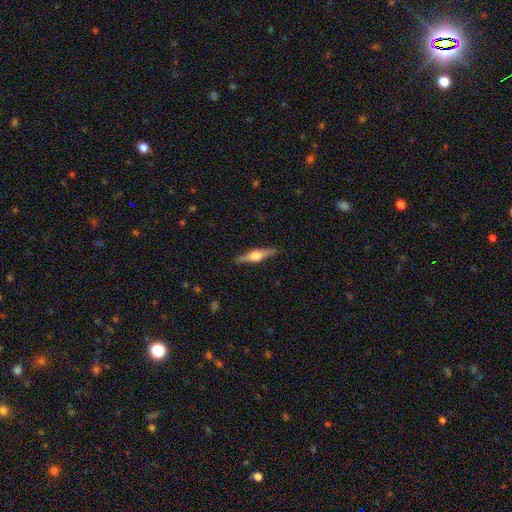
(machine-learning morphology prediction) Smooth or featured? Predicted: featured or disk (p=0.73). Edge-on disk? Predicted: yes (p=0.98). Edge-on bulge? Predicted: rounded (p=0.93). Merging? Predicted: none (p=0.90).